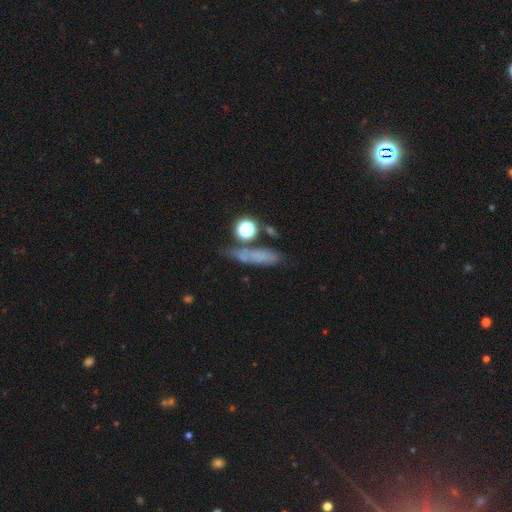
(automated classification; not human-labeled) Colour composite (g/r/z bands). It shows a smooth galaxy with no disk features (50%) that is cigar-shaped (49%). Merging: none (54%).